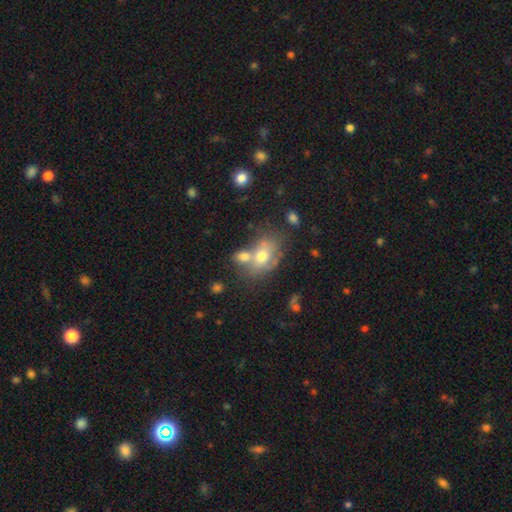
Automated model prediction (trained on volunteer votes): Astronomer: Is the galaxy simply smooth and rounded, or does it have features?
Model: smooth — 57%.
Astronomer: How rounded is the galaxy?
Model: in between — 69%.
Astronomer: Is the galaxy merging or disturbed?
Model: none — 43% (runner-up: merger, 38%).